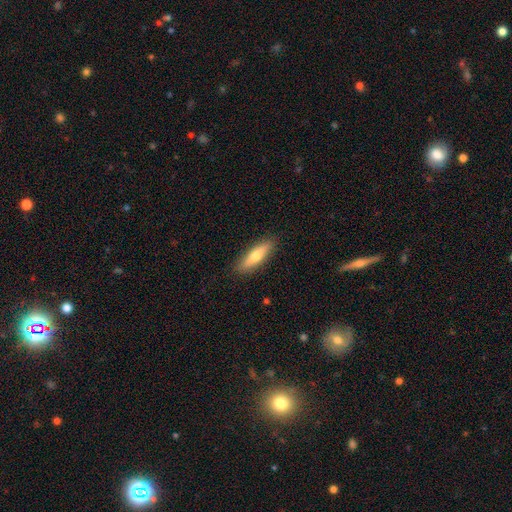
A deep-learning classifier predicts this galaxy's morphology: A smooth galaxy with no disk features (62%) that is cigar-shaped (67%). Merging: none (89%).